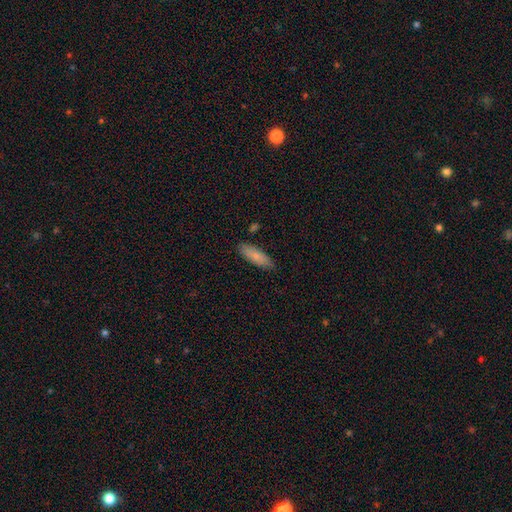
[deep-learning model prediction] smooth 80%, featured or disk 14%, star or artifact 6%. Down the decision tree: how rounded — in between (56%); merging — none (83%).